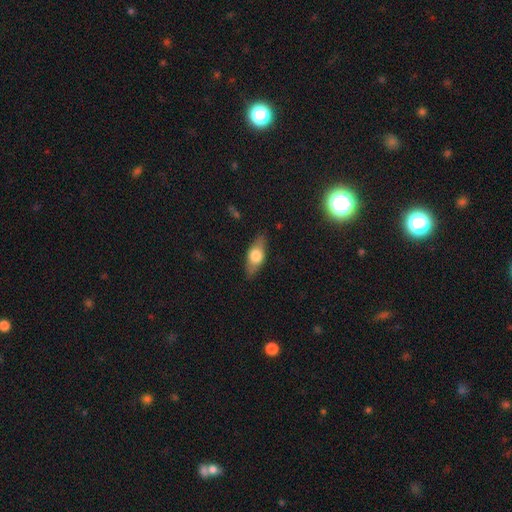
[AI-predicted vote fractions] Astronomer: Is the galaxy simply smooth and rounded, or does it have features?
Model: smooth — 59% (runner-up: featured or disk, 34%).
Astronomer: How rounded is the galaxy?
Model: in between — 76%.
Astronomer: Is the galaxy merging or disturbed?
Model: none — 83%.